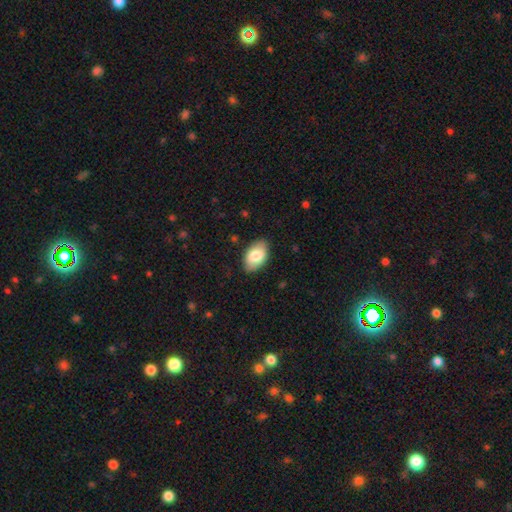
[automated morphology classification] Smooth or featured: smooth — 79% (featured or disk — 15%)
How rounded: in between — 93% (round — 5%)
Merging: none — 84% (minor disturbance — 12%)